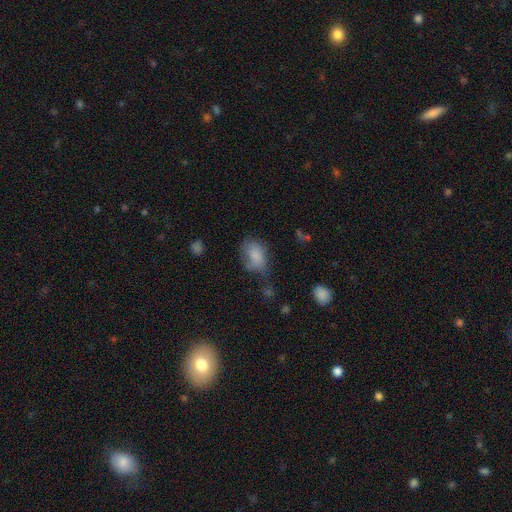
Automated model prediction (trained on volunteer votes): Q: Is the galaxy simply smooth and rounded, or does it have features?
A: smooth — 76%.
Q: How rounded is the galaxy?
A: in between — 81%.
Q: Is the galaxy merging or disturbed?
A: none — 37%.